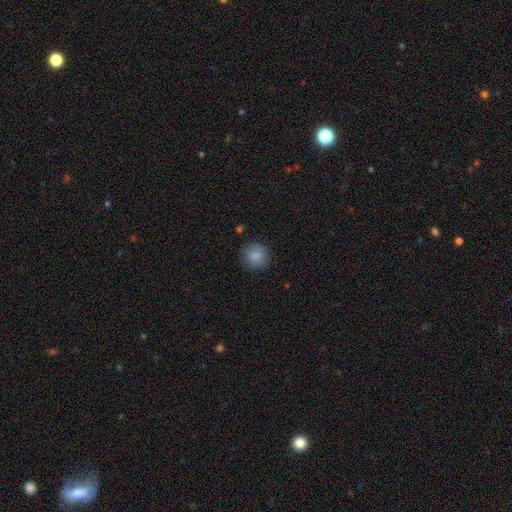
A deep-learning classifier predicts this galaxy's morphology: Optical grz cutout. It shows a smooth galaxy with no disk features (86%) that is round (92%). Merging: none (87%).